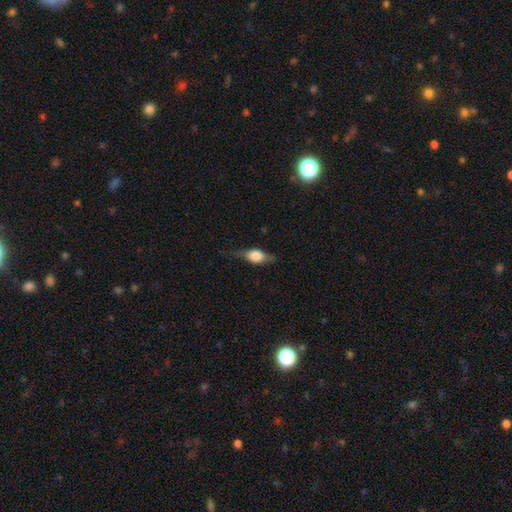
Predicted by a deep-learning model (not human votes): This is possibly a featured or disk galaxy (47%). Merging: likely none (69%).